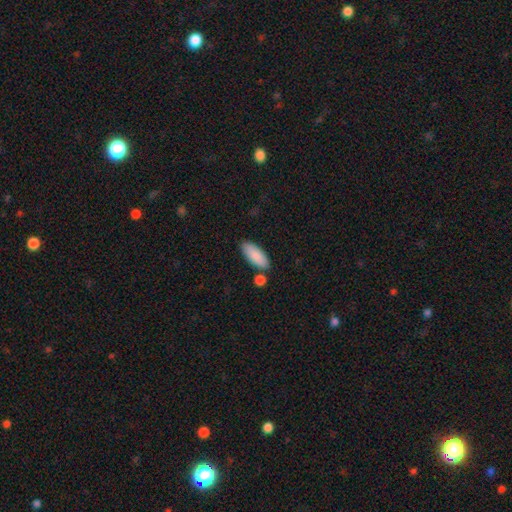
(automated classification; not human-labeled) The model was most divided on "how rounded": in between: 78%, cigar-shaped: 20%, round: 2%. More confident: smooth or featured — smooth (88%); merging — none (77%).